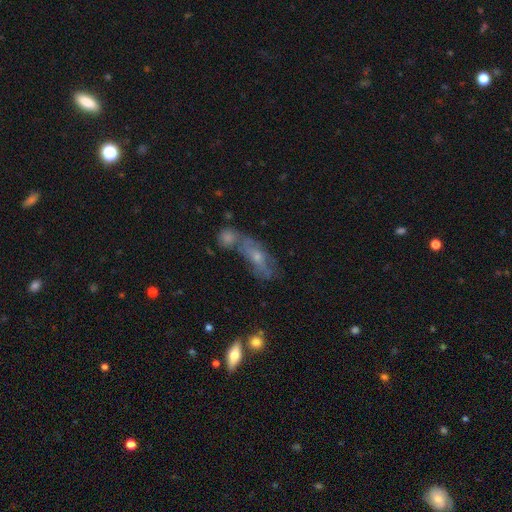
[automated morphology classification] A featured or disk galaxy (52%).

Vote fractions:
- Smooth or featured? featured or disk: 52% / smooth: 34% / star or artifact: 14%
- Edge-on disk? no: 72% / yes: 28%
- Merging? merger: 38% / none: 36% / minor disturbance: 16% / major disturbance: 10%